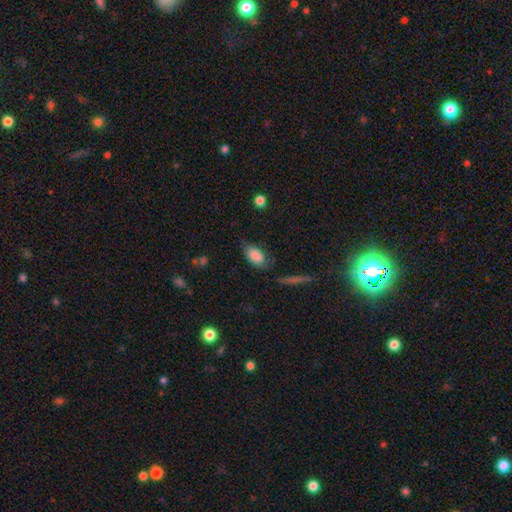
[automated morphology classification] Overall: smooth (84%). How rounded: in between (91%). Merging: none (62%; minor disturbance 26%).